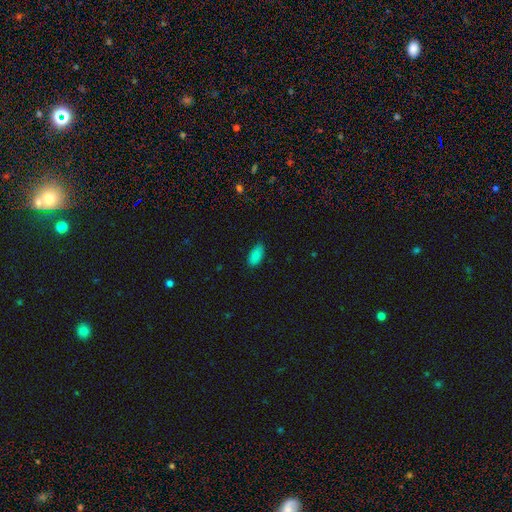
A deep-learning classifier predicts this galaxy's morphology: Q: Smooth or featured?
A: smooth (87%); runner-up: star or artifact (9%)
Q: How rounded?
A: in between (91%); runner-up: cigar-shaped (7%)
Q: Merging?
A: none (84%); runner-up: minor disturbance (13%)